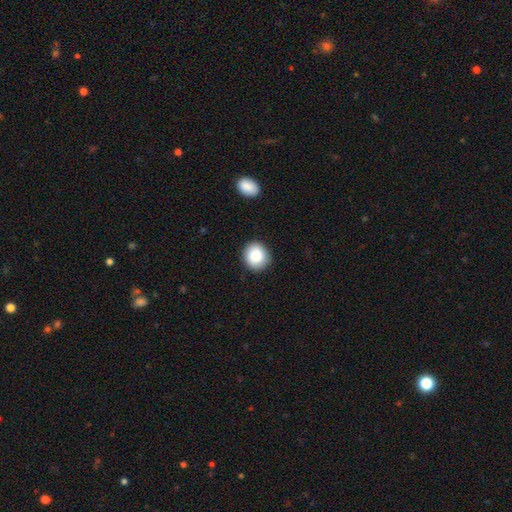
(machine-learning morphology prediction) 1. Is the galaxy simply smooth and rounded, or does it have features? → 87% smooth, 8% star or artifact, 5% featured or disk.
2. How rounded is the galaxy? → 86% round, 13% in between, 1% cigar-shaped.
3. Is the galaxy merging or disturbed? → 89% none, 7% minor disturbance, 2% major disturbance, 1% merger.